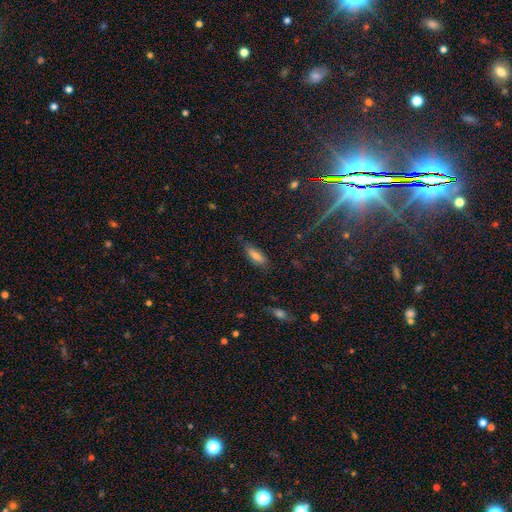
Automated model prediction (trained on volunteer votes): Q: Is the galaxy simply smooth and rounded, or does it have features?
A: smooth — 73%.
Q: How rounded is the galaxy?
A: in between — 59%.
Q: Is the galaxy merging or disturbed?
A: none — 68%.